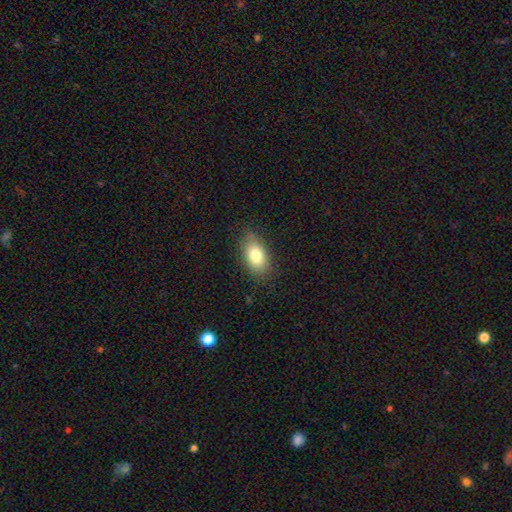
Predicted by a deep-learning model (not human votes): A smooth galaxy with no disk features (79%) that is in between round and cigar-shaped (89%). Merging: none (84%).